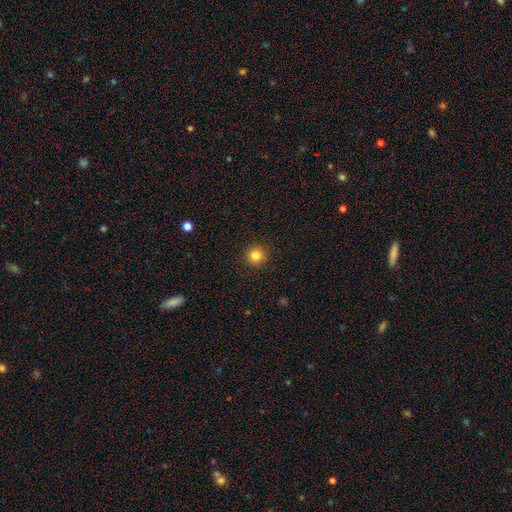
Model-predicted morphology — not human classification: Q: Smooth or featured?
A: smooth (84%); runner-up: star or artifact (12%)
Q: How rounded?
A: round (95%); runner-up: in between (4%)
Q: Merging?
A: none (92%); runner-up: minor disturbance (5%)